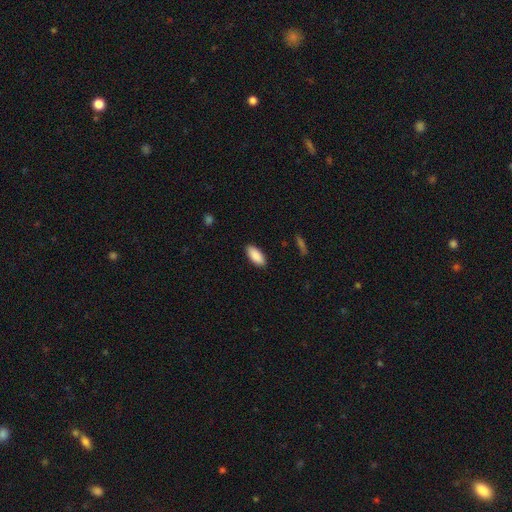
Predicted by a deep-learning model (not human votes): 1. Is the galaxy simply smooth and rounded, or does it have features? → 90% smooth, 6% star or artifact, 4% featured or disk.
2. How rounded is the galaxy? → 87% in between, 12% cigar-shaped, 2% round.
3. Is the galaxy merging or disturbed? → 89% none, 8% minor disturbance, 2% major disturbance, 1% merger.